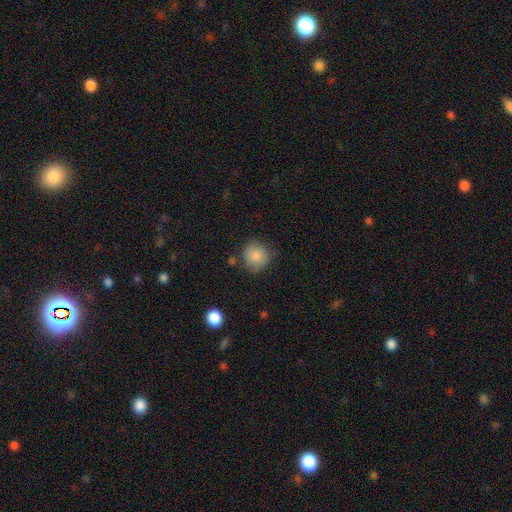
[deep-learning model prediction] This is clearly a smooth galaxy (83%). How rounded: clearly round (87%). Merging: likely none (74%).